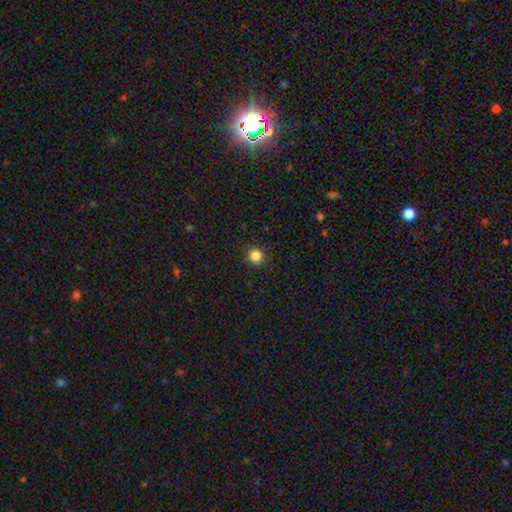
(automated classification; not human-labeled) Smooth or featured? Predicted: smooth (p=0.86). How rounded? Predicted: round (p=0.94). Merging? Predicted: none (p=0.92).